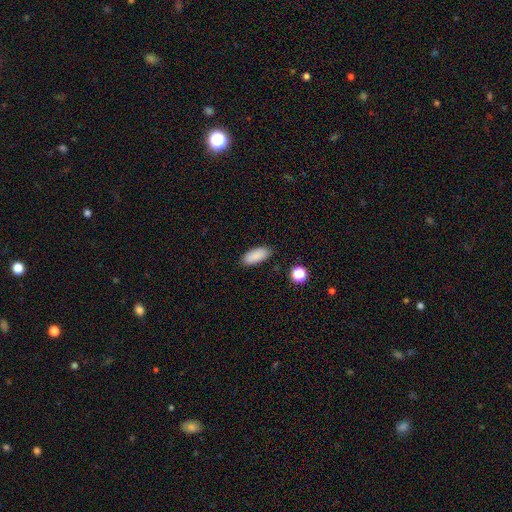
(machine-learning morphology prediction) A smooth galaxy with no disk features (87%) that is in between round and cigar-shaped (84%). Merging: none (85%).